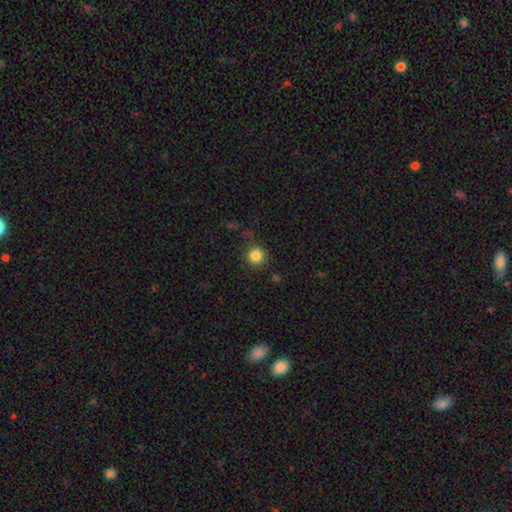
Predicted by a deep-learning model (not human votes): Smooth or featured? Predicted: smooth (p=0.84). How rounded? Predicted: round (p=0.94). Merging? Predicted: none (p=0.84).